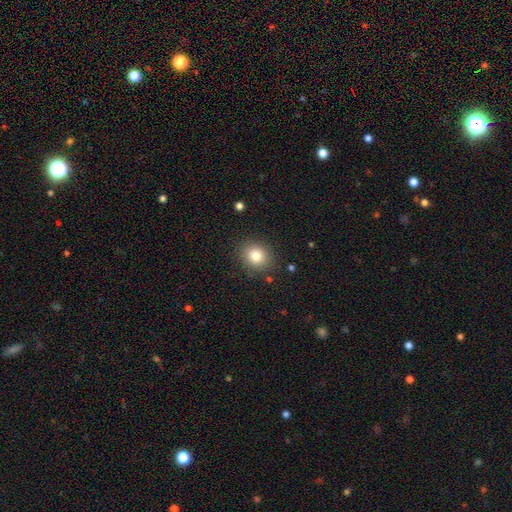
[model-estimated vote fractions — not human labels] smooth 81%, star or artifact 11%, featured or disk 8%. Down the decision tree: how rounded — round (74%); merging — none (87%).